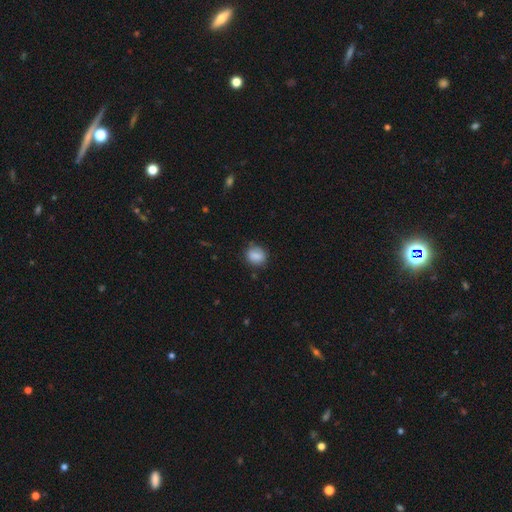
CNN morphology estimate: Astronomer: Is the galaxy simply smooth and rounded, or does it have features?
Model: smooth — 84%.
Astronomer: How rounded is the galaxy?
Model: round — 62% (runner-up: in between, 37%).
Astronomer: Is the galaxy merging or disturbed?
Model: none — 77%.